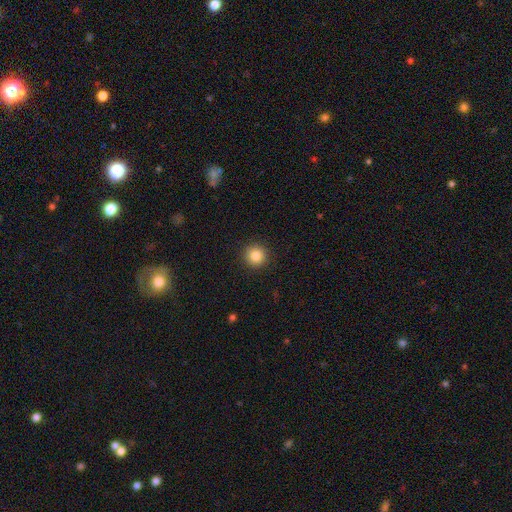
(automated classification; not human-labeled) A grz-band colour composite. It shows a smooth galaxy with no disk features (85%) that is round (95%). Merging: none (92%).